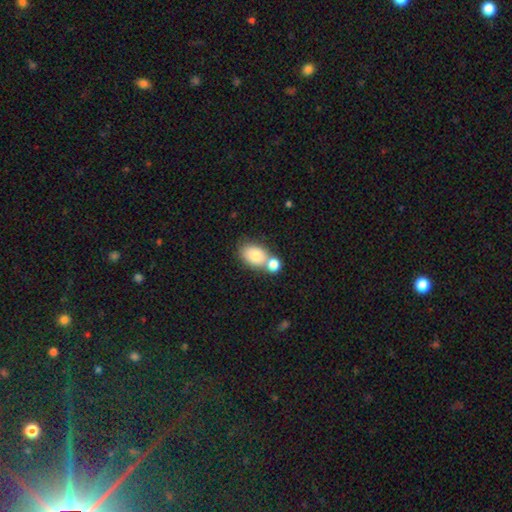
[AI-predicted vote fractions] Overall: smooth (80%). How rounded: in between (77%). Merging: none (45%; merger 39%).